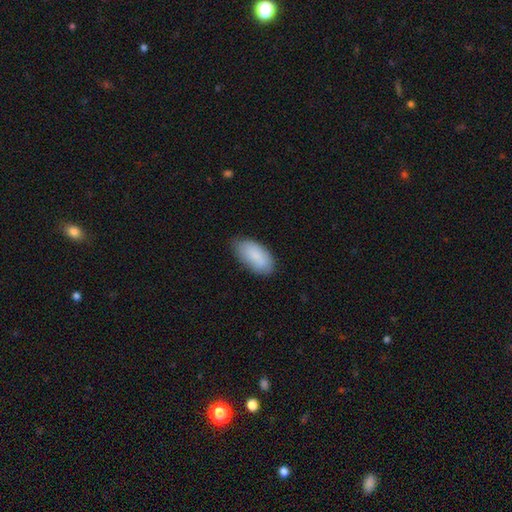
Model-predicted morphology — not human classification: Smooth or featured? smooth (84%)
How rounded? in between (94%)
Merging? none (73%)